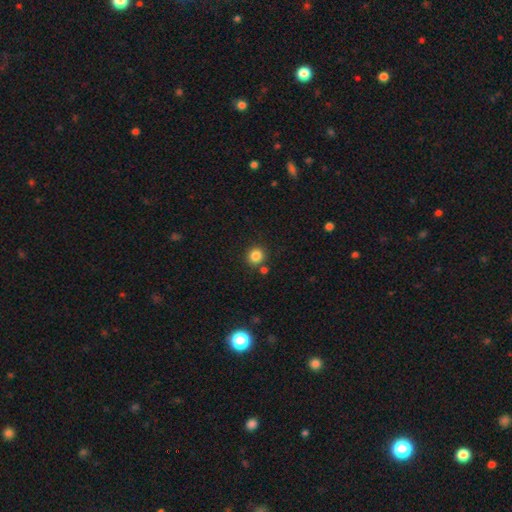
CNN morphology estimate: smooth_or_featured: smooth (p=0.84) [alt: star or artifact p=0.12]
how_rounded: round (p=0.88) [alt: in between p=0.11]
merging: none (p=0.82) [alt: minor disturbance p=0.08]